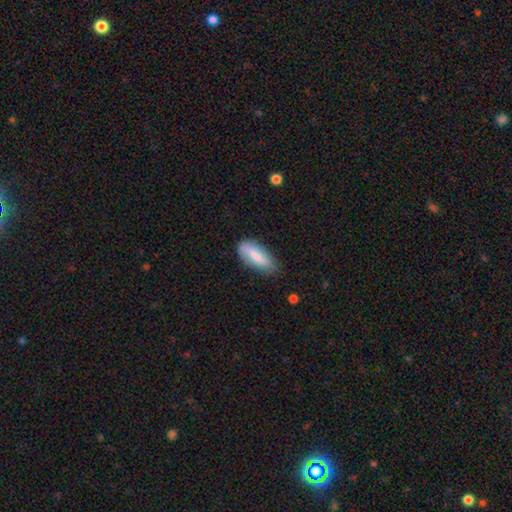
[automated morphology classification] This appears to be a smooth galaxy with no disk features (73%) that is in between round and cigar-shaped (79%). Merging: none (73%).